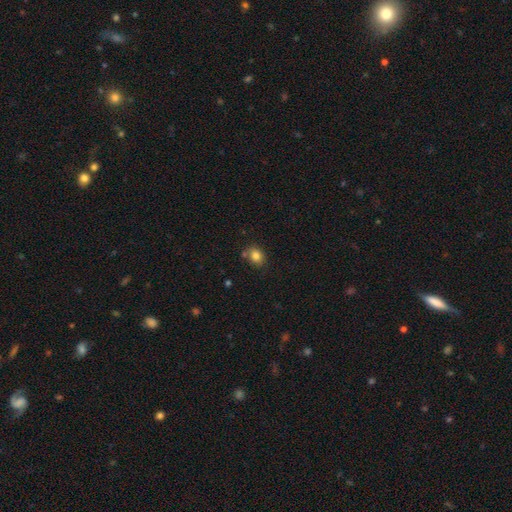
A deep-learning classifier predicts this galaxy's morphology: This is clearly a smooth galaxy (83%). How rounded: possibly round (57%). Merging: likely none (73%).